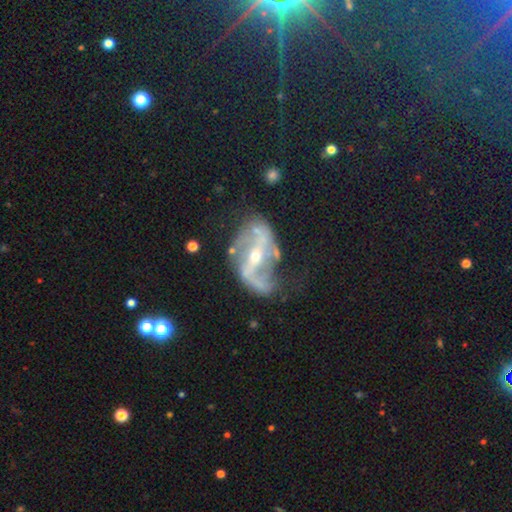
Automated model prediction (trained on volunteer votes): Q: Smooth or featured?
A: featured or disk (87%); runner-up: star or artifact (7%)
Q: Edge-on disk?
A: no (95%); runner-up: yes (5%)
Q: Bar?
A: strong (58%); runner-up: weak (25%)
Q: Spiral arms?
A: yes (89%); runner-up: no (11%)
Q: Spiral winding?
A: loose (60%); runner-up: medium (29%)
Q: Spiral arm count?
A: 2 (88%); runner-up: can't tell (5%)
Q: Bulge size?
A: small (58%); runner-up: moderate (39%)
Q: Merging?
A: none (51%); runner-up: minor disturbance (25%)